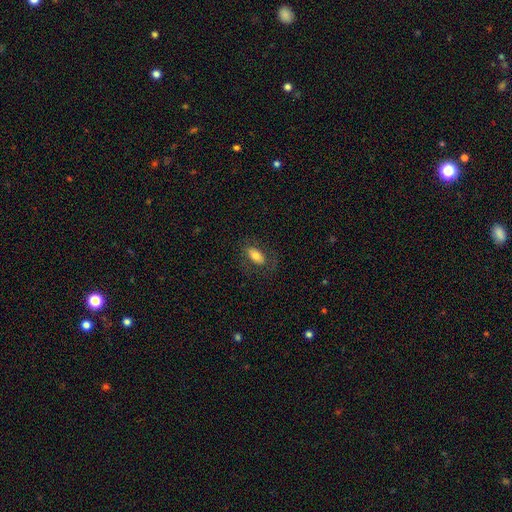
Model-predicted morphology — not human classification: Overall: smooth (73%). How rounded: in between (90%). Merging: none (75%).